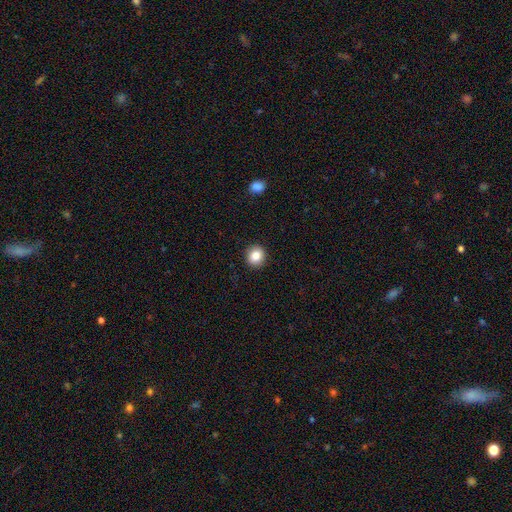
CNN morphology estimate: Smooth or featured?
  - smooth: 85% *
  - star or artifact: 10%
  - featured or disk: 6%
How rounded?
  - round: 90% *
  - in between: 9%
  - cigar-shaped: 1%
Merging?
  - none: 92% *
  - minor disturbance: 5%
  - major disturbance: 2%
  - merger: 1%